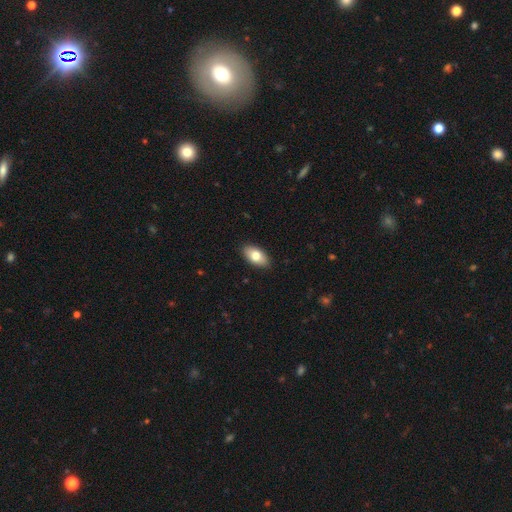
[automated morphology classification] Smooth or featured: smooth — 78% (featured or disk — 16%)
How rounded: in between — 93% (round — 3%)
Merging: none — 89% (minor disturbance — 8%)